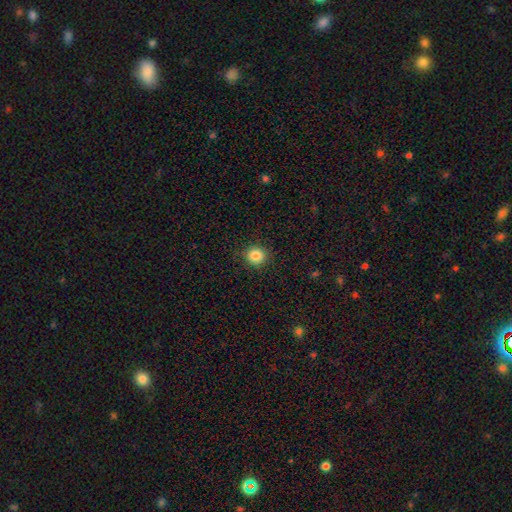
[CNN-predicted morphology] smooth 84%, star or artifact 10%, featured or disk 5%. Down the decision tree: how rounded — round (90%); merging — none (90%).